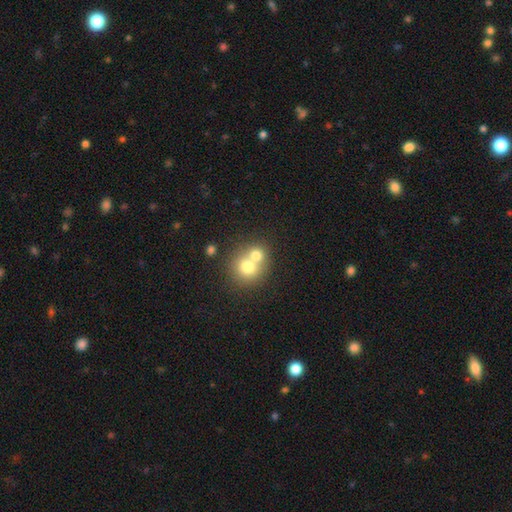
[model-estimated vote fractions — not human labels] Smooth or featured: smooth — 72% (featured or disk — 18%)
How rounded: round — 80% (in between — 19%)
Merging: merger — 62% (none — 30%)